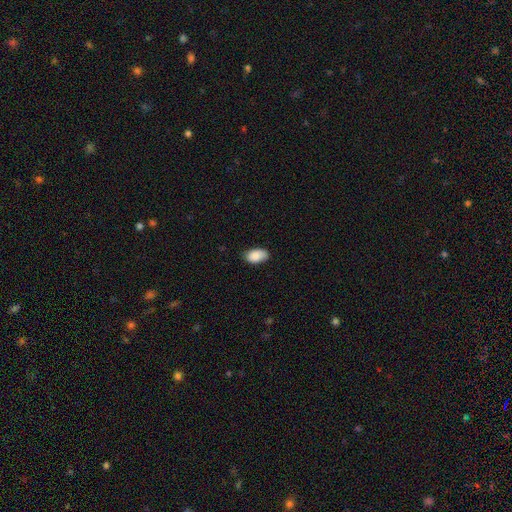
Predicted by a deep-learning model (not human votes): The model was most divided on "merging": none: 79%, minor disturbance: 17%, major disturbance: 3%, merger: 1%. More confident: how rounded — in between (93%); smooth or featured — smooth (88%).